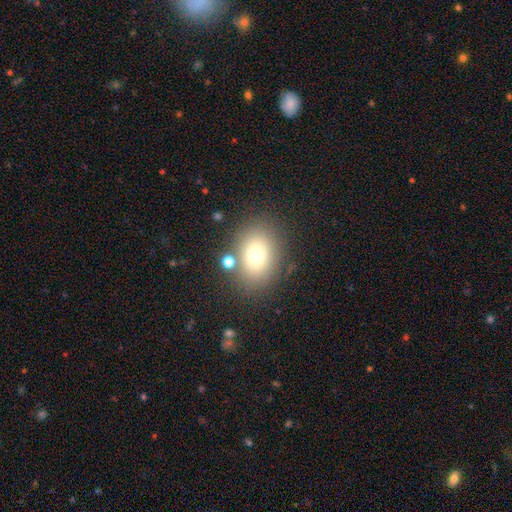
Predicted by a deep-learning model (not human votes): Morphology: type=smooth (73%); roundness=in between (63%); merging=none (78%).